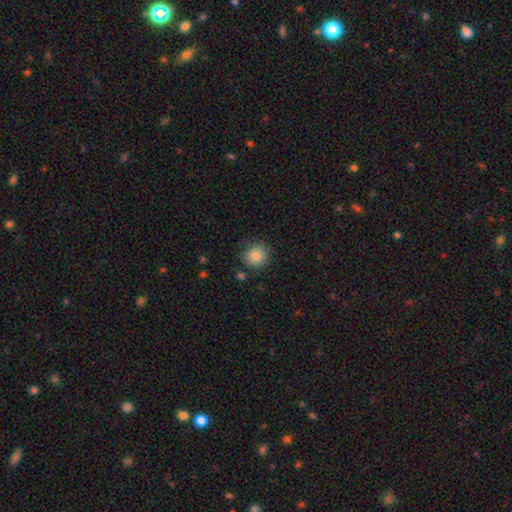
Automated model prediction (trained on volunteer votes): smooth_or_featured: smooth (p=0.84) [alt: star or artifact p=0.09]
how_rounded: round (p=0.83) [alt: in between p=0.16]
merging: none (p=0.80) [alt: minor disturbance p=0.14]